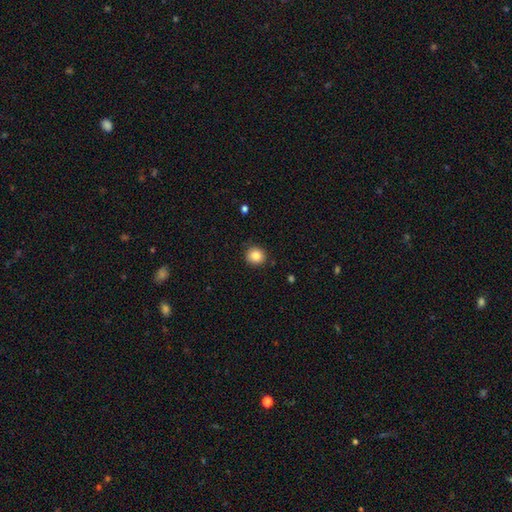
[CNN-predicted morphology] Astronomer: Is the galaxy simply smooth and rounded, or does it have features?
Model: smooth — 85%.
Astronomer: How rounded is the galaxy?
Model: round — 91%.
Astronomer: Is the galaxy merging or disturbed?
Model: none — 88%.